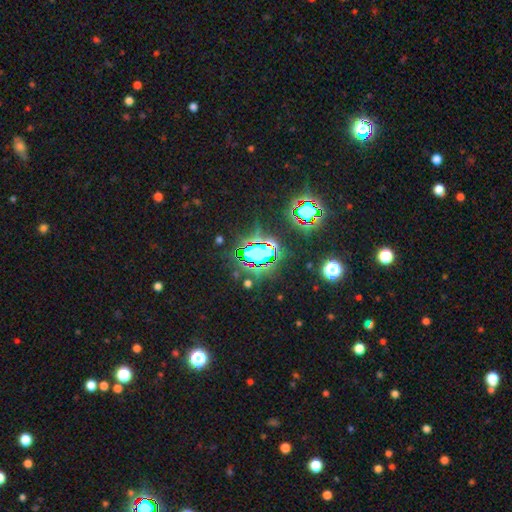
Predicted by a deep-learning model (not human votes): Smooth or featured: star or artifact — 71% (smooth — 19%)